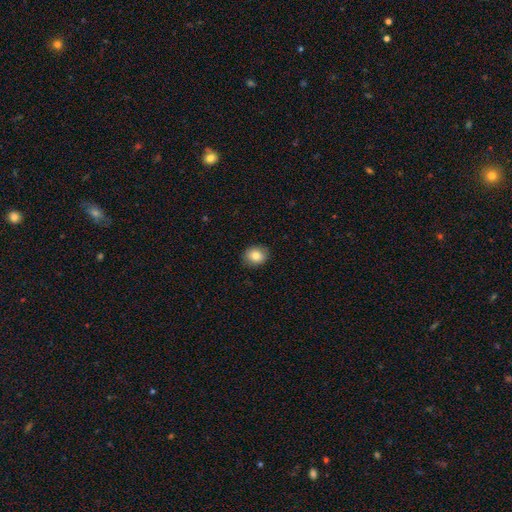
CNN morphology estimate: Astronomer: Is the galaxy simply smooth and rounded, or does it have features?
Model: smooth — 82%.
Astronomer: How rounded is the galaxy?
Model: round — 57% (runner-up: in between, 42%).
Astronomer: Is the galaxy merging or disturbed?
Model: none — 87%.